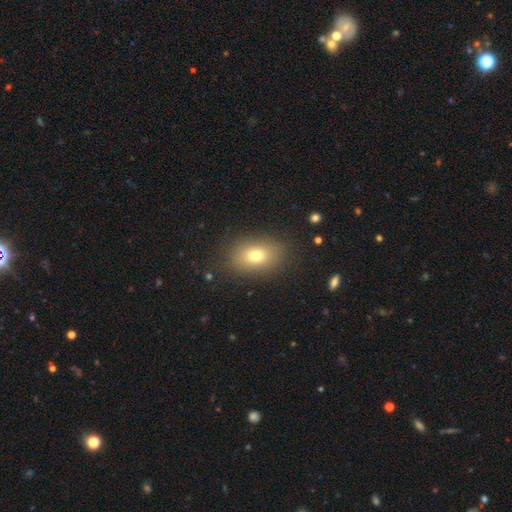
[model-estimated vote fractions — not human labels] smooth_or_featured: smooth (p=0.75) [alt: featured or disk p=0.13]
how_rounded: in between (p=0.76) [alt: round p=0.22]
merging: none (p=0.86) [alt: minor disturbance p=0.09]